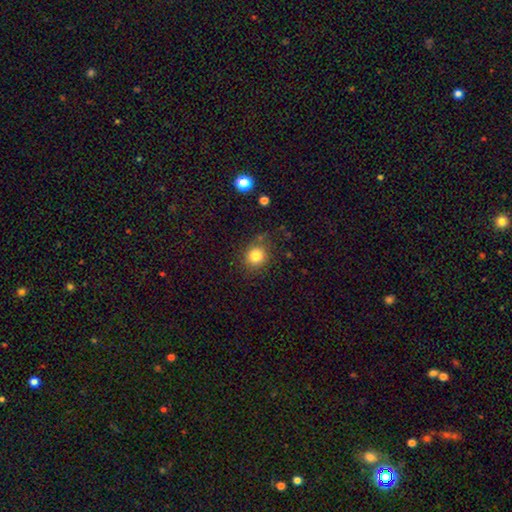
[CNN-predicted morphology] A smooth galaxy with no disk features (82%) that is round (84%).

Vote fractions:
- Smooth or featured? smooth: 82% / star or artifact: 11% / featured or disk: 7%
- How rounded? round: 84% / in between: 15% / cigar-shaped: 1%
- Merging? none: 79% / minor disturbance: 14% / major disturbance: 4% / merger: 3%